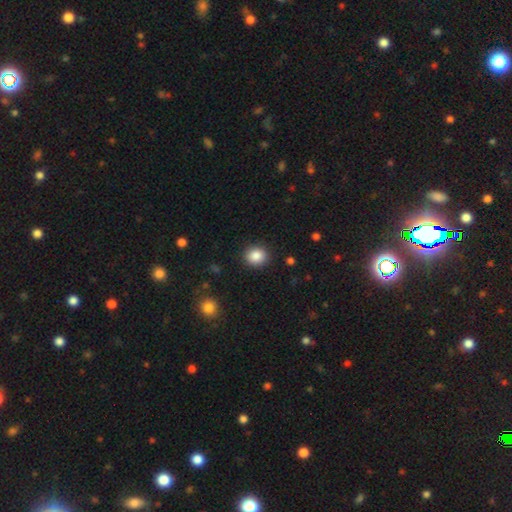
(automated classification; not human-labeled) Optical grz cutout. It shows a smooth galaxy with no disk features (87%) that is round (76%). Merging: none (90%).